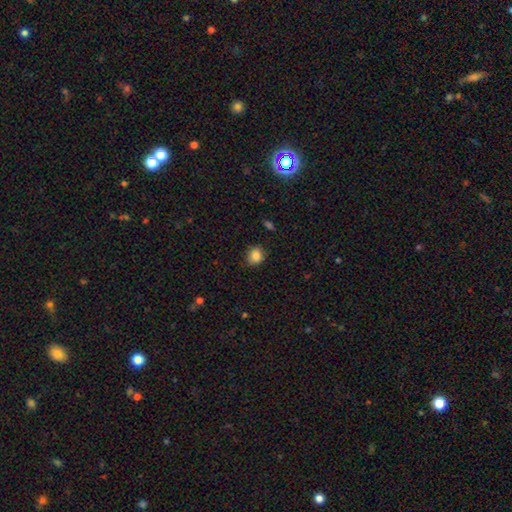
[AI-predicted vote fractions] This is clearly a smooth galaxy (84%). How rounded: likely round (73%). Merging: clearly none (83%).